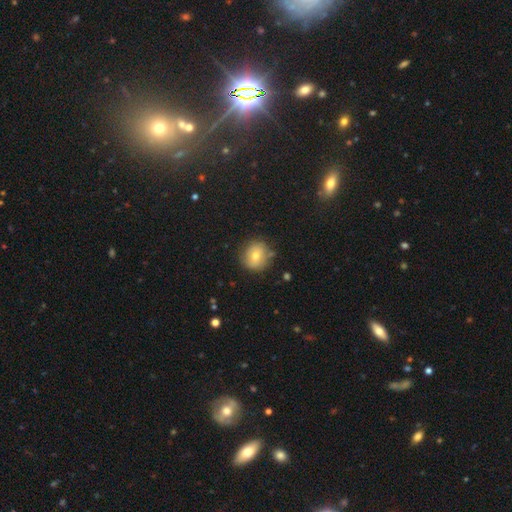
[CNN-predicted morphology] Smooth or featured? smooth (69%)
How rounded? round (85%)
Merging? none (77%)